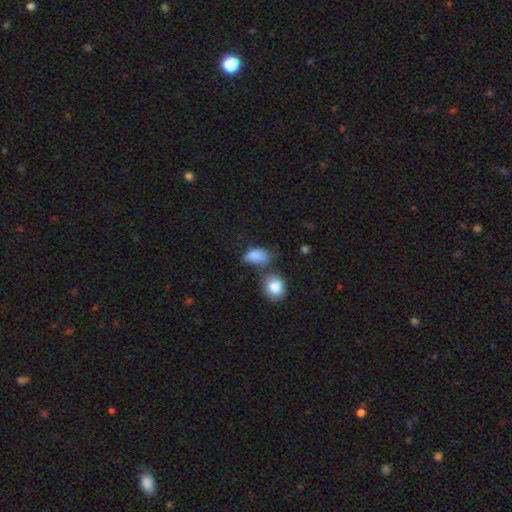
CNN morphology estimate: Smooth or featured? Predicted: smooth (p=0.83). How rounded? Predicted: in between (p=0.83). Merging? Predicted: none (p=0.39).